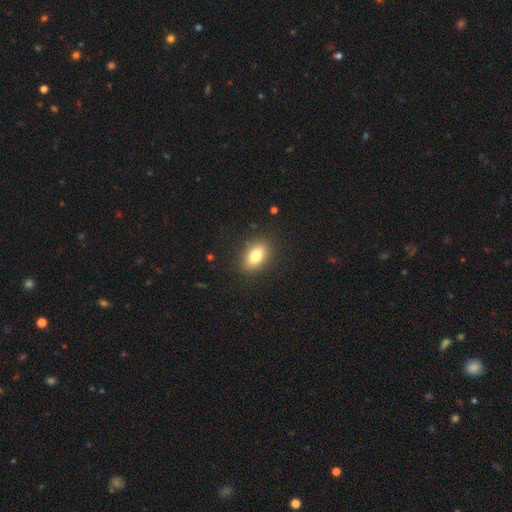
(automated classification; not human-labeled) Q: Smooth or featured?
A: smooth (81%); runner-up: featured or disk (10%)
Q: How rounded?
A: in between (86%); runner-up: round (11%)
Q: Merging?
A: none (87%); runner-up: minor disturbance (9%)